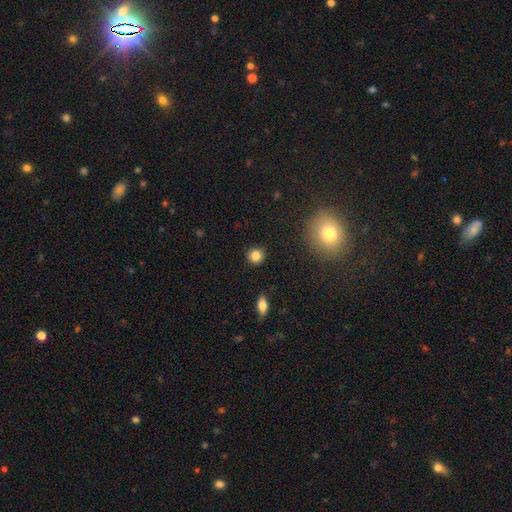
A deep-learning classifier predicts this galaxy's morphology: The model was most divided on "smooth or featured": smooth: 84%, star or artifact: 11%, featured or disk: 5%. More confident: how rounded — round (90%); merging — none (88%).